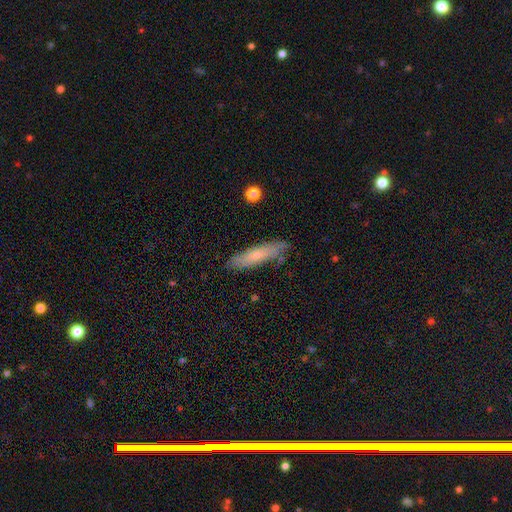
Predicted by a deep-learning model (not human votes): The model was most divided on "smooth or featured": smooth: 57%, featured or disk: 36%, star or artifact: 7%. More confident: merging — none (82%); how rounded — cigar-shaped (77%).